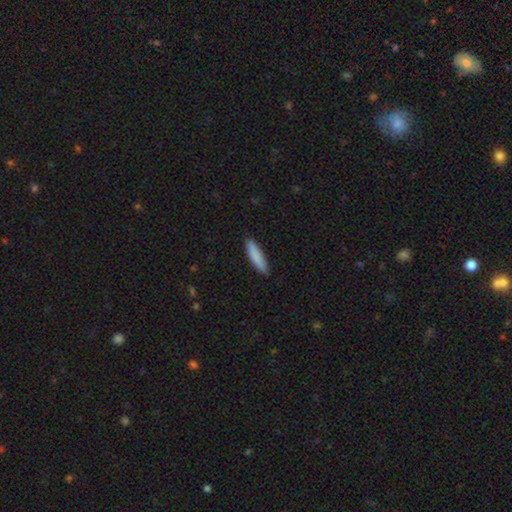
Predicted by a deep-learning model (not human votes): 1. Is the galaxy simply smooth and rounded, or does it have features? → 86% smooth, 9% featured or disk, 5% star or artifact.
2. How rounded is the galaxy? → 81% cigar-shaped, 18% in between, 1% round.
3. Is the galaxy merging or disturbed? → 87% none, 10% minor disturbance, 2% major disturbance, 1% merger.